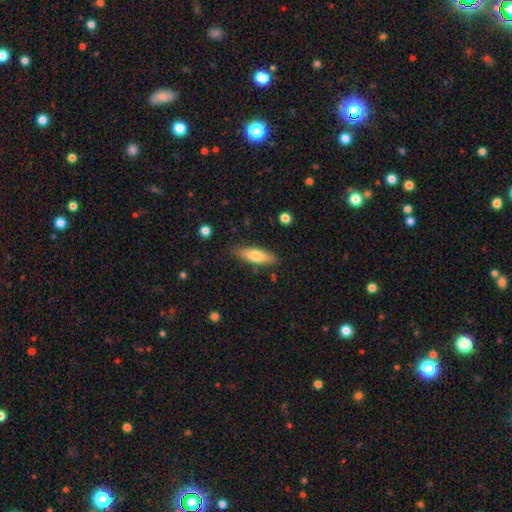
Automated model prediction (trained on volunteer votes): Smooth or featured?
  - smooth: 69% *
  - featured or disk: 25%
  - star or artifact: 6%
How rounded?
  - in between: 49% * (tied)
  - cigar-shaped: 49% * (tied)
  - round: 2%
Merging?
  - none: 84% *
  - minor disturbance: 12%
  - major disturbance: 2%
  - merger: 2%